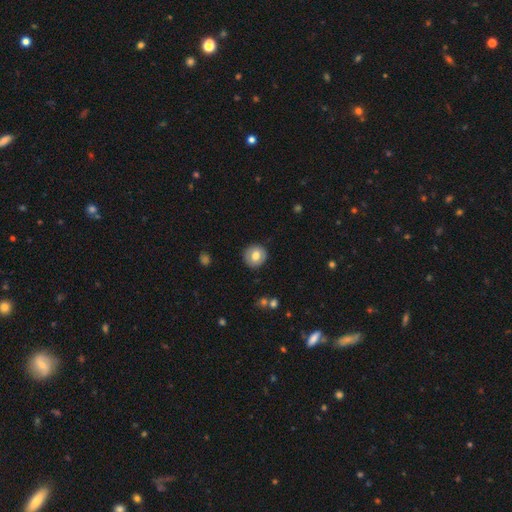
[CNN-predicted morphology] smooth_or_featured: smooth (p=0.72) [alt: featured or disk p=0.21]
how_rounded: round (p=0.89) [alt: in between p=0.10]
merging: none (p=0.89) [alt: minor disturbance p=0.08]